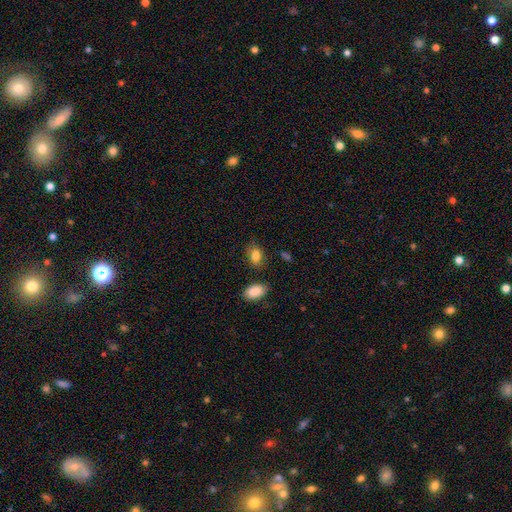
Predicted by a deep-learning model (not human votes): A smooth galaxy with no disk features (84%) that is in between round and cigar-shaped (83%). Merging: none (76%).